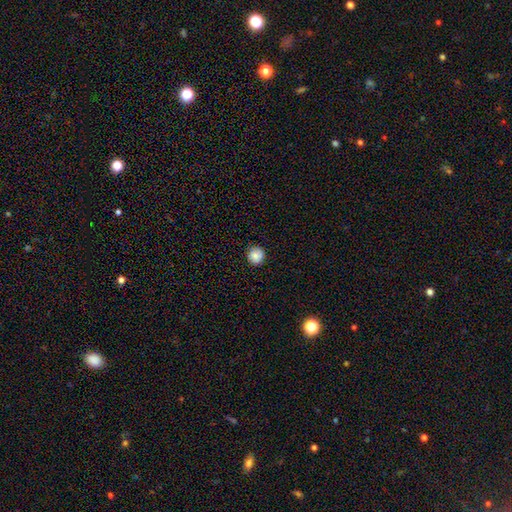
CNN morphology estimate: smooth-or-featured: smooth: 83% | star or artifact: 10% | featured or disk: 7%
  how-rounded: round: 93% | in between: 7% | cigar-shaped: 1%
  merging: none: 89% | minor disturbance: 9% | major disturbance: 2% | merger: 1%